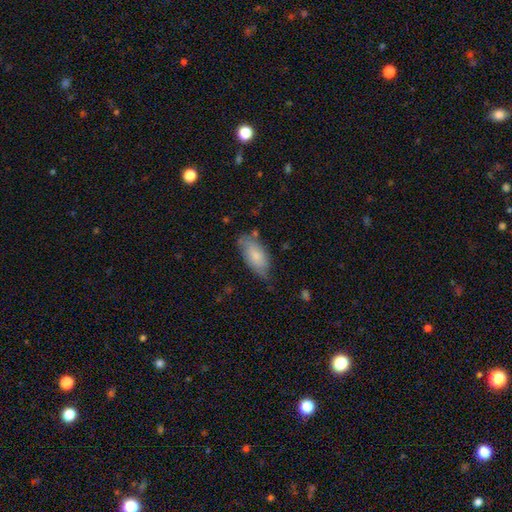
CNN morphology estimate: A smooth galaxy with no disk features (76%) that is in between round and cigar-shaped (88%).

Vote fractions:
- Smooth or featured? smooth: 76% / featured or disk: 18% / star or artifact: 6%
- How rounded? in between: 88% / cigar-shaped: 10% / round: 2%
- Merging? none: 59% / minor disturbance: 31% / major disturbance: 7% / merger: 3%